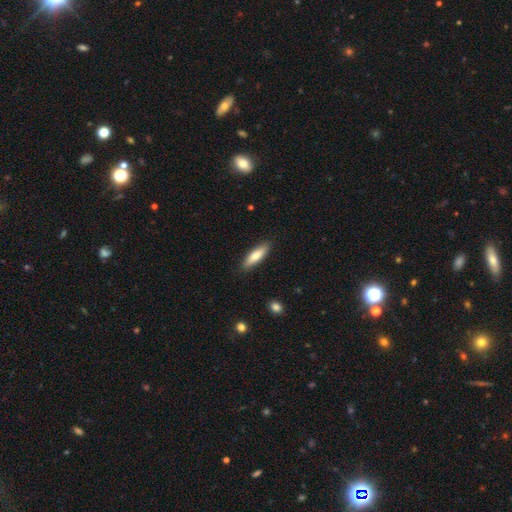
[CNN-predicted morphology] Smooth or featured? Predicted: smooth (p=0.73). How rounded? Predicted: cigar-shaped (p=0.63). Merging? Predicted: none (p=0.88).